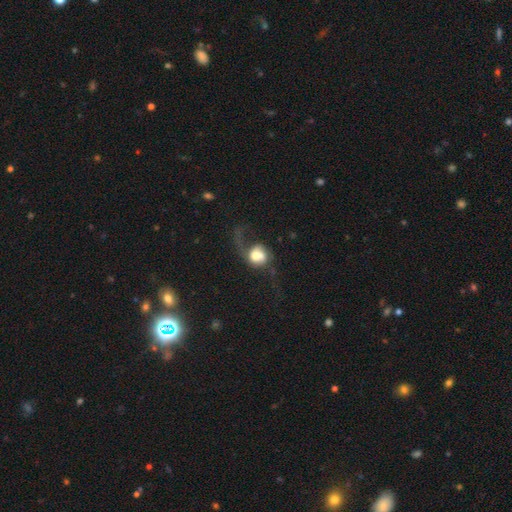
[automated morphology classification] This appears to be a smooth galaxy with no disk features (51%) that is round (68%). Merging: major disturbance (45%).